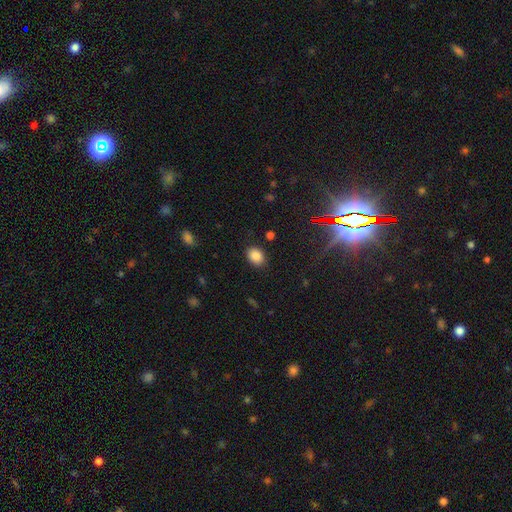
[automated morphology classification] A smooth galaxy with no disk features (85%) that is in between round and cigar-shaped (65%). Merging: none (86%).